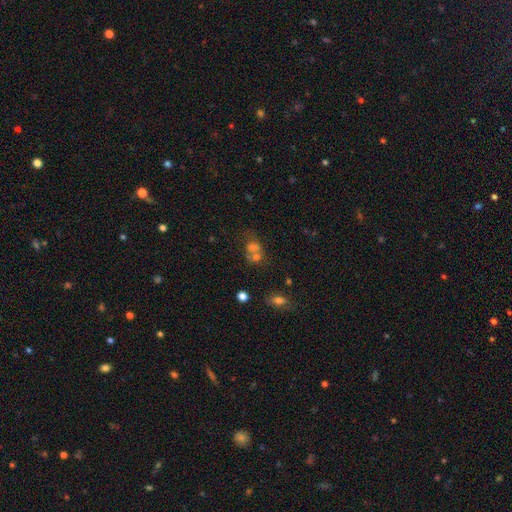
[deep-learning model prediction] A smooth galaxy with no disk features (50%).

Vote fractions:
- Smooth or featured? smooth: 50% / star or artifact: 30% / featured or disk: 20%
- Merging? merger: 42% / none: 39% / minor disturbance: 10% / major disturbance: 8%